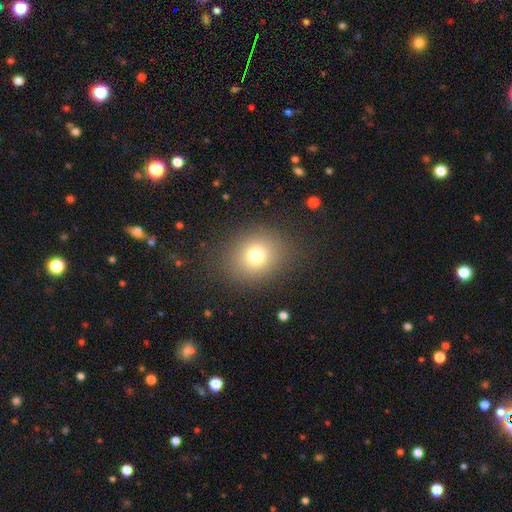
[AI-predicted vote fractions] Smooth or featured?
  - smooth: 74% *
  - star or artifact: 15%
  - featured or disk: 11%
How rounded?
  - round: 67% *
  - in between: 32%
  - cigar-shaped: 1%
Merging?
  - none: 84% *
  - minor disturbance: 9%
  - major disturbance: 5%
  - merger: 1%